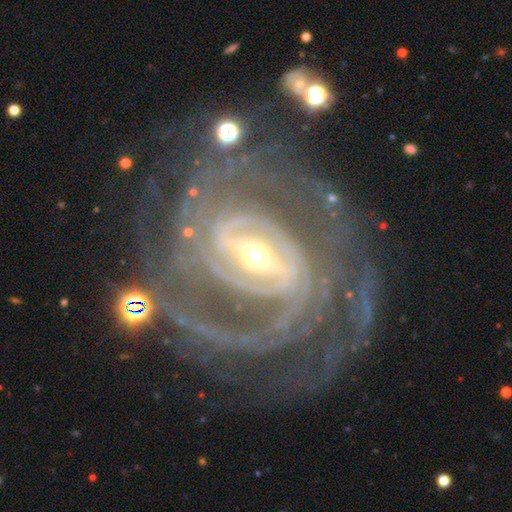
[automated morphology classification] Smooth or featured?
  - featured or disk: 92% *
  - star or artifact: 5%
  - smooth: 3%
Edge-on disk?
  - no: 97% *
  - yes: 3%
Bar?
  - strong: 69% *
  - weak: 23%
  - no: 8%
Spiral arms?
  - yes: 97% *
  - no: 3%
Spiral winding?
  - tight: 56% *
  - medium: 34%
  - loose: 10%
Spiral arm count?
  - 2: 35% *
  - can't tell: 17%
  - 3: 16%
  - 4: 13%
  - more than 4: 10%
  - 1: 8%
Bulge size?
  - small: 48% *
  - moderate: 46%
  - large: 4%
  - dominant: 1%
  - none: 1%
Merging?
  - none: 64% *
  - major disturbance: 18%
  - minor disturbance: 16%
  - merger: 3%